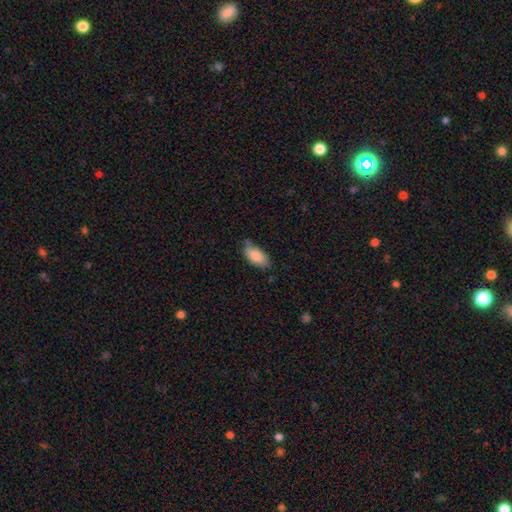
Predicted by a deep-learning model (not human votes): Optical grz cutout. It shows a smooth galaxy with no disk features (87%) that is in between round and cigar-shaped (92%). Merging: none (68%).